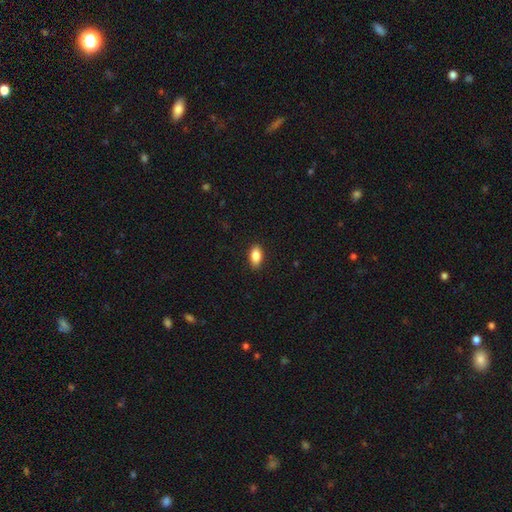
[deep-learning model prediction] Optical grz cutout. It shows a smooth galaxy with no disk features (86%) that is in between round and cigar-shaped (90%). Merging: none (89%).